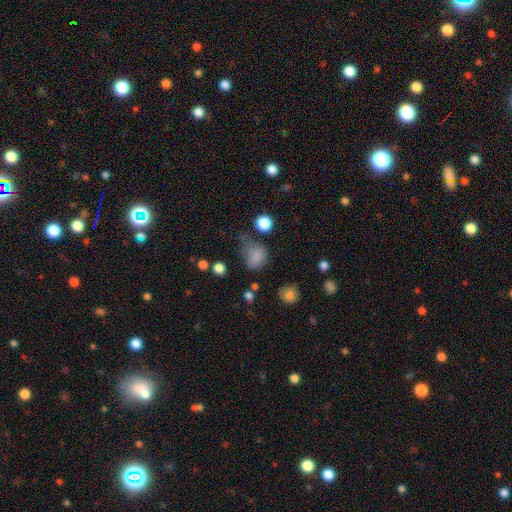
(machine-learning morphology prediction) Overall: smooth (77%). How rounded: round (55%; in between 44%). Merging: none (42%; minor disturbance 31%).